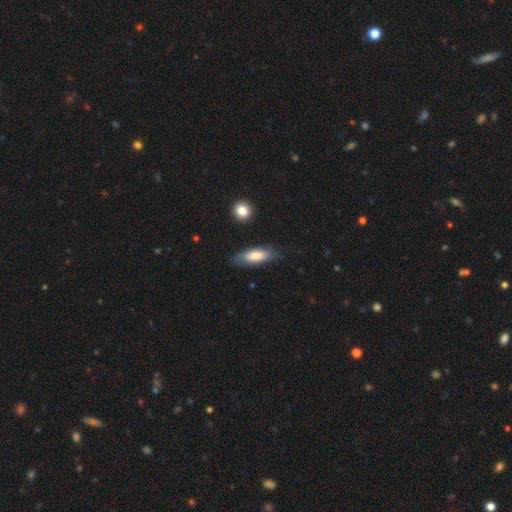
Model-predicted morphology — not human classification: smooth-or-featured: smooth: 79% | featured or disk: 15% | star or artifact: 6%
  how-rounded: in between: 61% | cigar-shaped: 37% | round: 2%
  merging: none: 77% | minor disturbance: 17% | major disturbance: 4% | merger: 2%